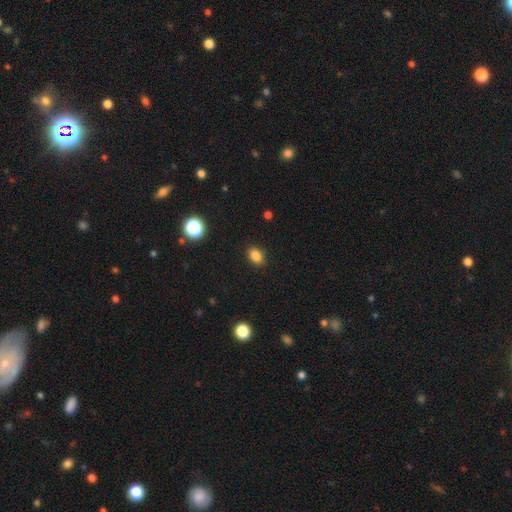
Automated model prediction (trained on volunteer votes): Smooth or featured? Predicted: smooth (p=0.84). How rounded? Predicted: in between (p=0.71). Merging? Predicted: none (p=0.89).